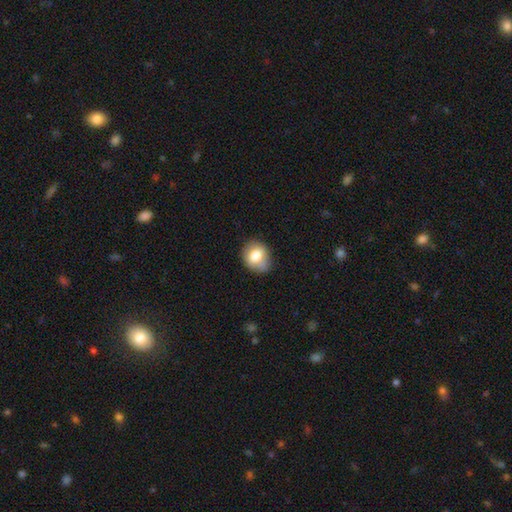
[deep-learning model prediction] Smooth or featured? Predicted: smooth (p=0.76). How rounded? Predicted: round (p=0.61). Merging? Predicted: none (p=0.64).